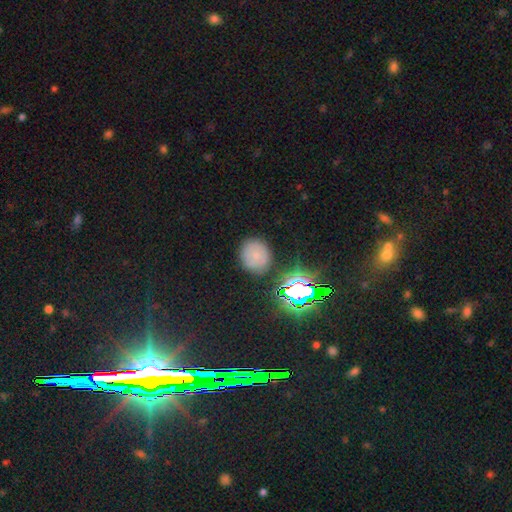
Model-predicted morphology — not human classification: Smooth or featured?
  - smooth: 62% *
  - star or artifact: 24%
  - featured or disk: 14%
How rounded?
  - round: 81% *
  - in between: 18%
  - cigar-shaped: 1%
Merging?
  - none: 83% *
  - minor disturbance: 12%
  - major disturbance: 3%
  - merger: 2%